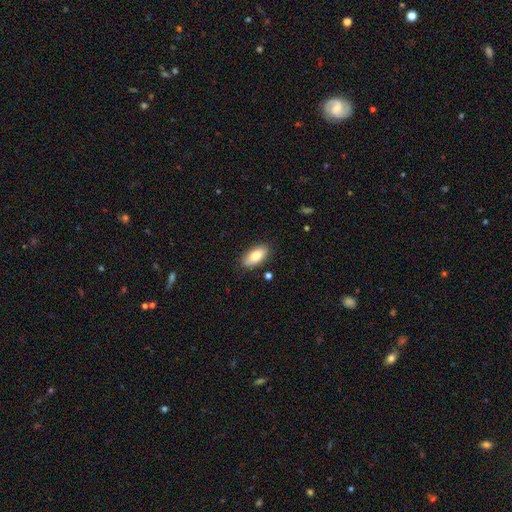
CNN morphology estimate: smooth_or_featured: smooth (p=0.79) [alt: featured or disk p=0.14]
how_rounded: in between (p=0.89) [alt: cigar-shaped p=0.08]
merging: none (p=0.86) [alt: minor disturbance p=0.10]